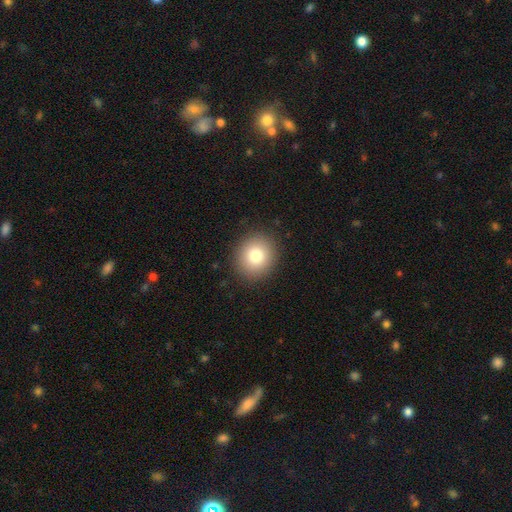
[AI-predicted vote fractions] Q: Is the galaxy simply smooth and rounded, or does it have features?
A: smooth — 80%.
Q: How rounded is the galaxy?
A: round — 83%.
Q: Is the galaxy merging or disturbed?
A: none — 90%.